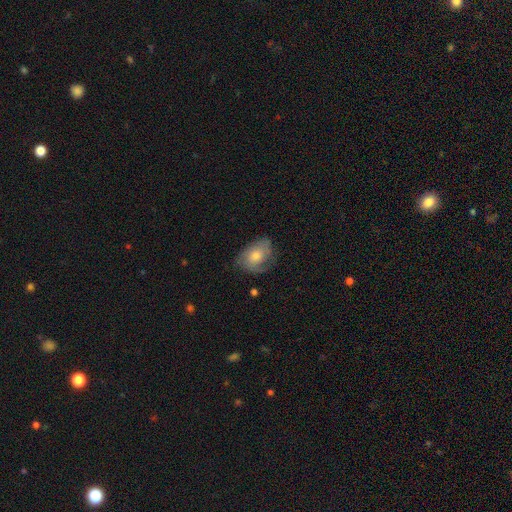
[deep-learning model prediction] Overall: smooth (47%; featured or disk 45%). Merging: none (58%; minor disturbance 28%).